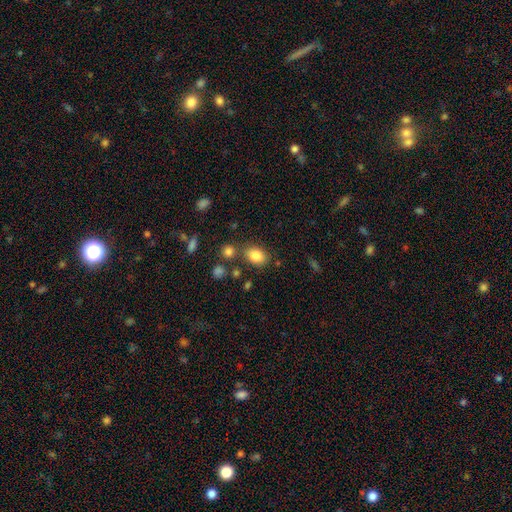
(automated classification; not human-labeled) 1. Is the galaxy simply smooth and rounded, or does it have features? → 84% smooth, 9% star or artifact, 6% featured or disk.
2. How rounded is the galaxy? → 76% in between, 23% round, 1% cigar-shaped.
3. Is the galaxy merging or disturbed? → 74% none, 13% minor disturbance, 9% merger, 4% major disturbance.